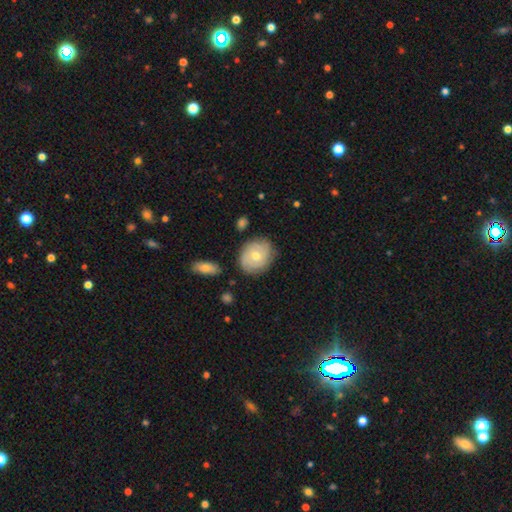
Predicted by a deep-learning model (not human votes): This appears to be a featured or disk galaxy (49%). Merging: none (77%).